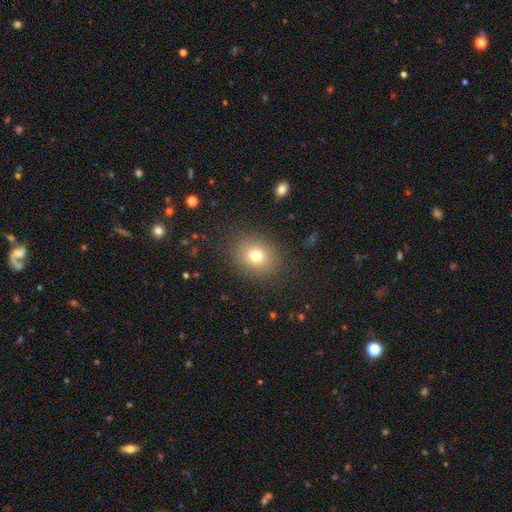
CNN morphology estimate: smooth-or-featured: smooth: 75% | star or artifact: 14% | featured or disk: 11%
  how-rounded: round: 62% | in between: 37% | cigar-shaped: 1%
  merging: none: 87% | minor disturbance: 8% | major disturbance: 4% | merger: 1%